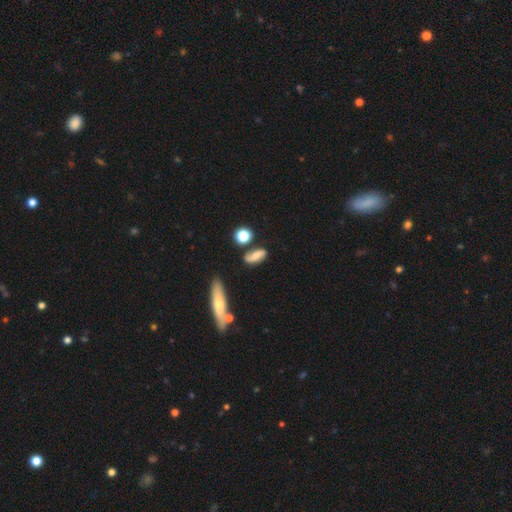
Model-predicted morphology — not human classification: Smooth or featured? Predicted: smooth (p=0.58). How rounded? Predicted: in between (p=0.66). Merging? Predicted: none (p=0.67).